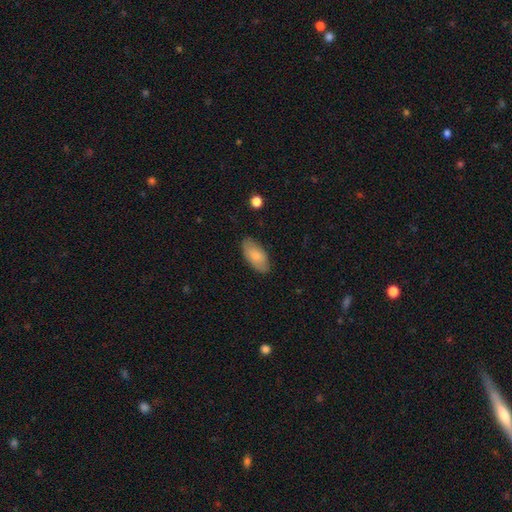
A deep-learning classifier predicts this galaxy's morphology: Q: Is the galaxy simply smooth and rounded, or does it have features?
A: smooth — 81%.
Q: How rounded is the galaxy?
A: in between — 92%.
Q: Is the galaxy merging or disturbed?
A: none — 81%.